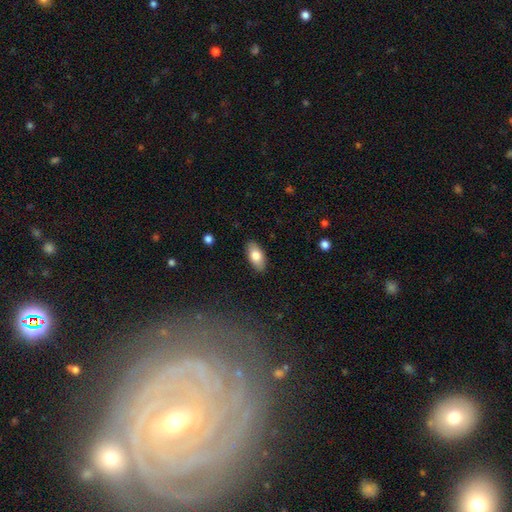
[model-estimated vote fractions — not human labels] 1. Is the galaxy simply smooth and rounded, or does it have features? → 78% smooth, 15% featured or disk, 6% star or artifact.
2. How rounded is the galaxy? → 91% in between, 6% cigar-shaped, 3% round.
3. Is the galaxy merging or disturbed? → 88% none, 9% minor disturbance, 2% major disturbance, 1% merger.